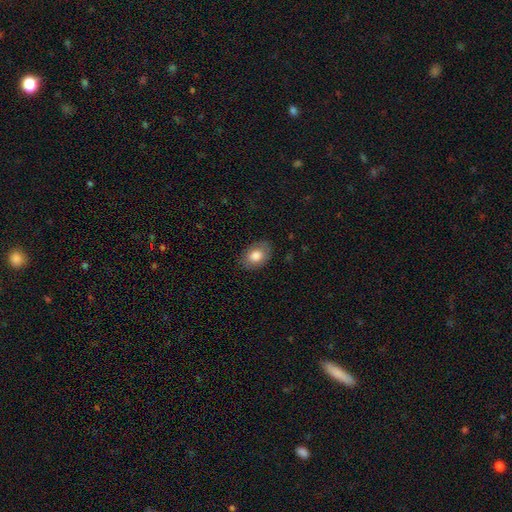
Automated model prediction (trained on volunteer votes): Overall: smooth (80%). How rounded: in between (80%). Merging: none (82%).